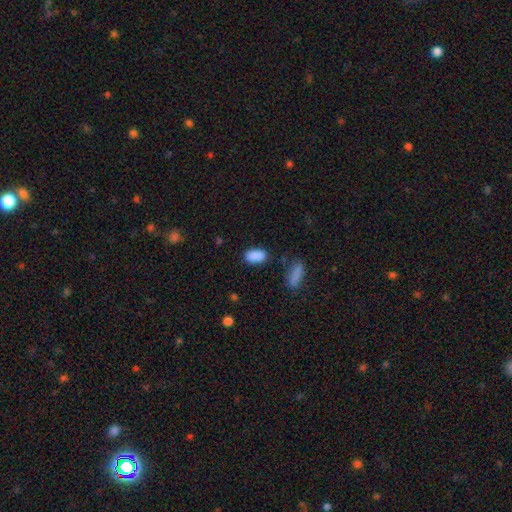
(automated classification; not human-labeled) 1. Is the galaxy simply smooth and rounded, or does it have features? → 88% smooth, 8% star or artifact, 4% featured or disk.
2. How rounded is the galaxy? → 92% in between, 4% round, 4% cigar-shaped.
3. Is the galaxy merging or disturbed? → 79% none, 13% minor disturbance, 4% merger, 4% major disturbance.